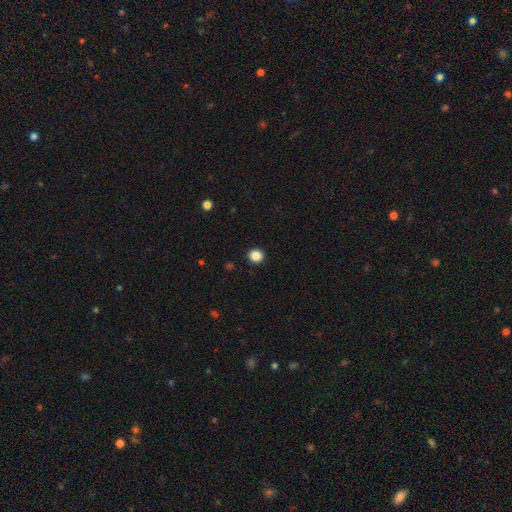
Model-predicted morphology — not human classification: The model was most divided on "smooth or featured": smooth: 87%, star or artifact: 11%, featured or disk: 3%. More confident: merging — none (93%); how rounded — round (91%).